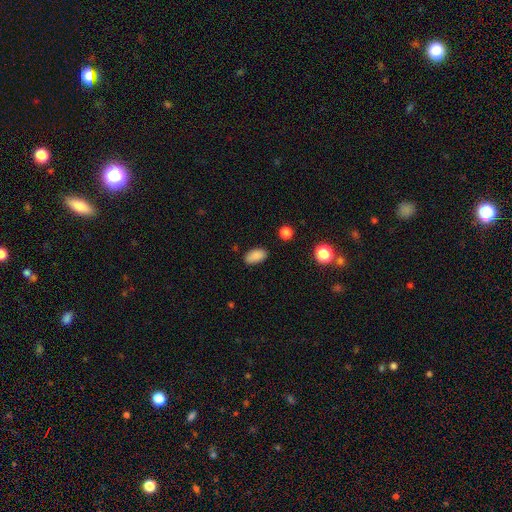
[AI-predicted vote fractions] A smooth galaxy with no disk features (86%) that is in between round and cigar-shaped (92%).

Vote fractions:
- Smooth or featured? smooth: 86% / star or artifact: 9% / featured or disk: 5%
- How rounded? in between: 92% / round: 5% / cigar-shaped: 3%
- Merging? none: 83% / minor disturbance: 13% / major disturbance: 3% / merger: 2%